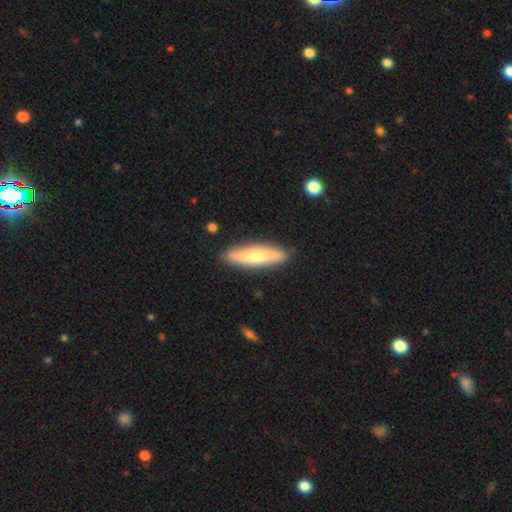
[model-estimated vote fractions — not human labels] Smooth or featured? smooth (52%)
How rounded? cigar-shaped (77%)
Merging? none (89%)